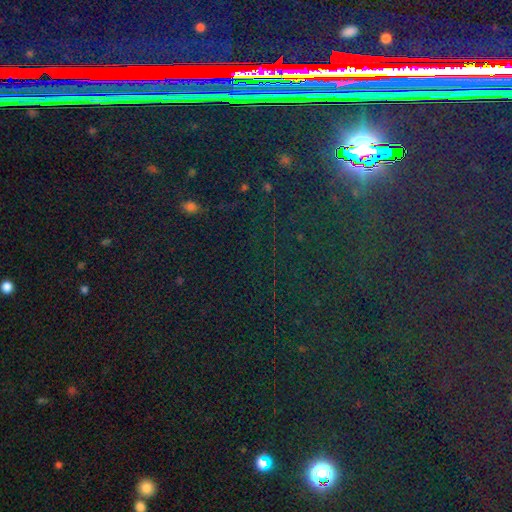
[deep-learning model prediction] Overall: star or artifact (83%).